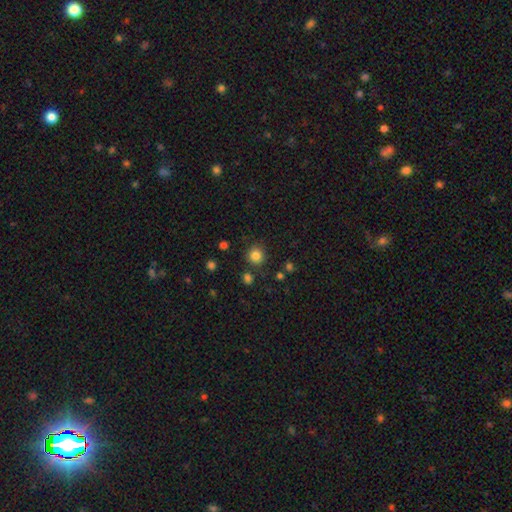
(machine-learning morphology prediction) Overall: smooth (82%). How rounded: round (92%). Merging: none (85%).